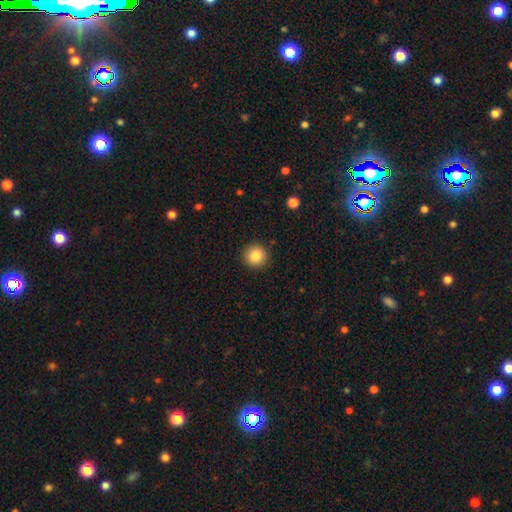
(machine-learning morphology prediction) Smooth or featured? smooth (85%)
How rounded? round (94%)
Merging? none (92%)